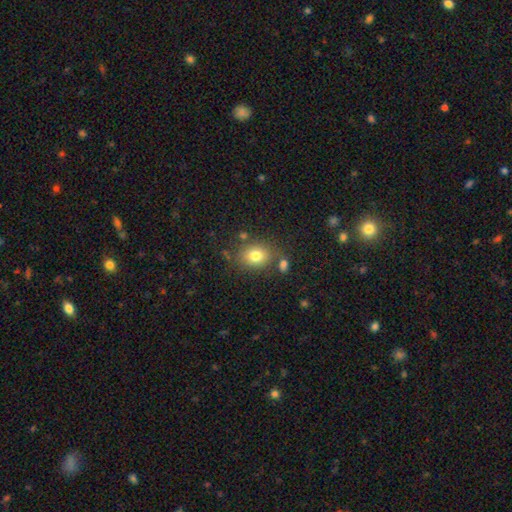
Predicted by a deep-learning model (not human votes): Smooth or featured? smooth (78%)
How rounded? round (55%)
Merging? none (73%)